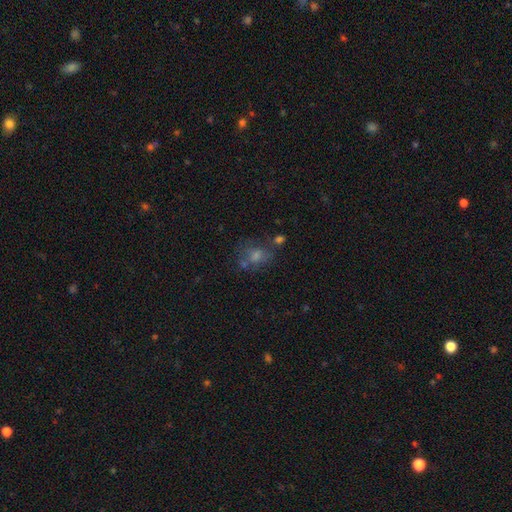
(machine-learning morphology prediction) This appears to be a smooth galaxy with no disk features (47%). Merging: none (57%).